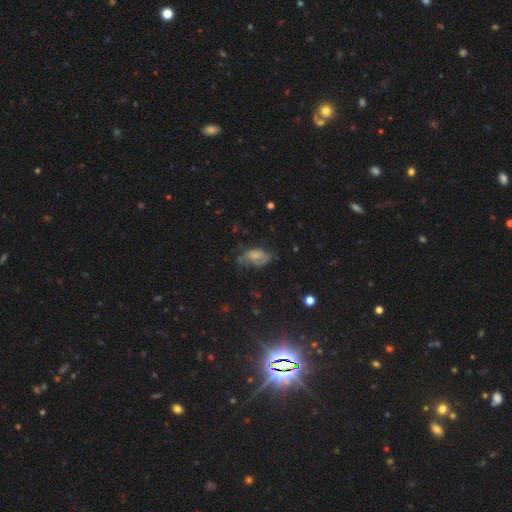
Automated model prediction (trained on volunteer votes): Overall: smooth (54%; featured or disk 34%). How rounded: in between (90%). Merging: none (38%; minor disturbance 32%).